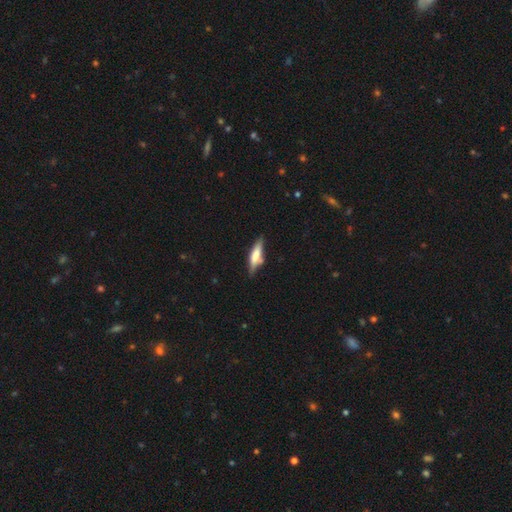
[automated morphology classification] Q: Smooth or featured?
A: smooth (58%); runner-up: featured or disk (36%)
Q: How rounded?
A: cigar-shaped (69%); runner-up: in between (29%)
Q: Merging?
A: none (71%); runner-up: minor disturbance (19%)